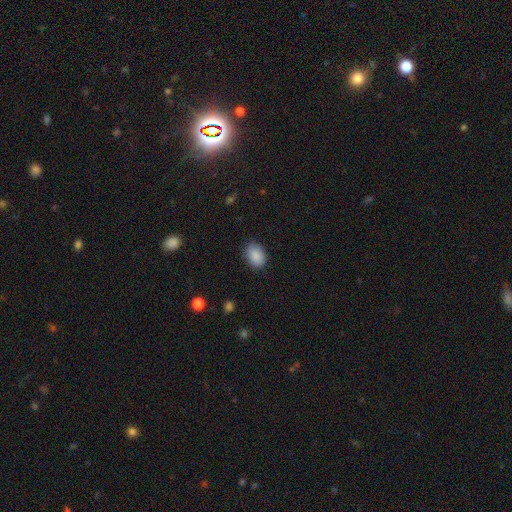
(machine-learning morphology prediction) Smooth or featured?
  - smooth: 89% *
  - star or artifact: 7%
  - featured or disk: 3%
How rounded?
  - in between: 80% *
  - round: 19%
  - cigar-shaped: 1%
Merging?
  - none: 84% *
  - minor disturbance: 12%
  - major disturbance: 3%
  - merger: 1%